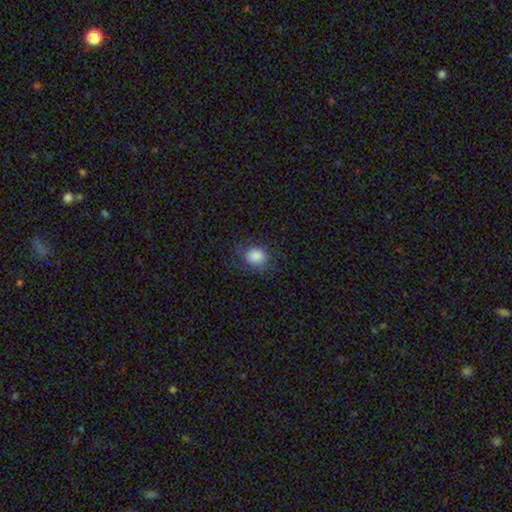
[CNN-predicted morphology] A smooth galaxy with no disk features (85%) that is round (56%). Merging: none (75%).